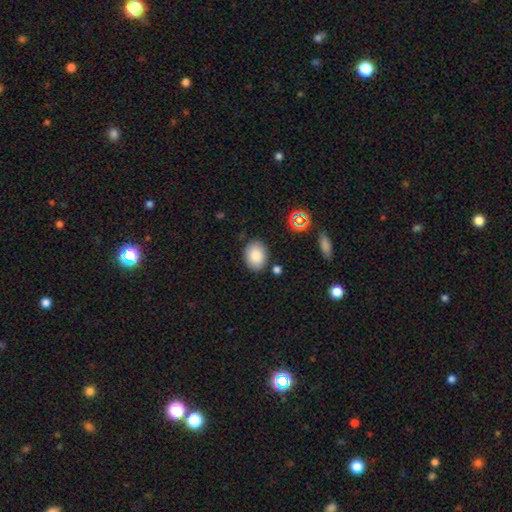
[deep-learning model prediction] smooth_or_featured: smooth (p=0.85) [alt: star or artifact p=0.09]
how_rounded: in between (p=0.67) [alt: round p=0.32]
merging: none (p=0.82) [alt: minor disturbance p=0.12]